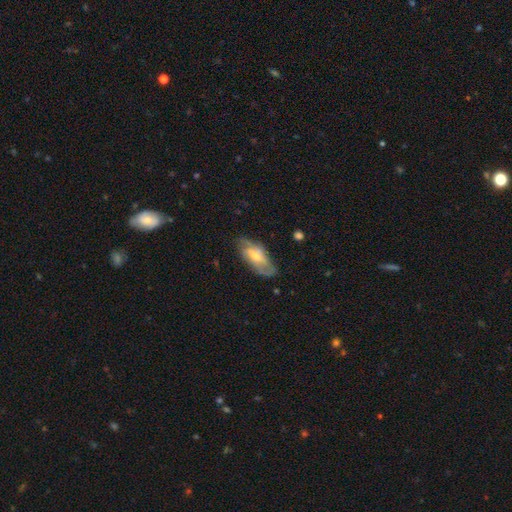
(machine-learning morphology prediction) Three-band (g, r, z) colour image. It shows a featured or disk galaxy (57%) with a weak bar (43%), spiral arms (80%) and a small central bulge (46%). Merging: none (66%).